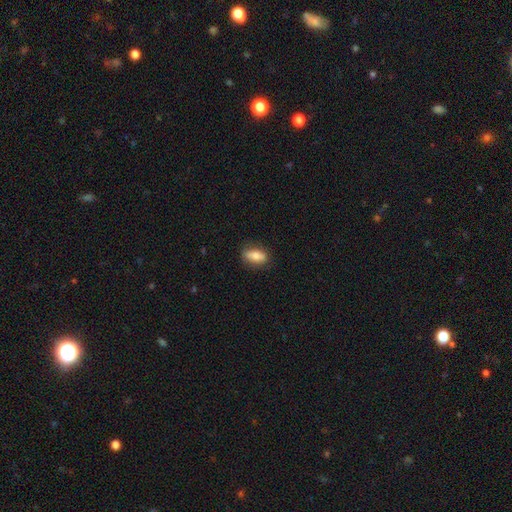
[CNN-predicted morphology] Smooth or featured? smooth (74%)
How rounded? in between (81%)
Merging? none (83%)